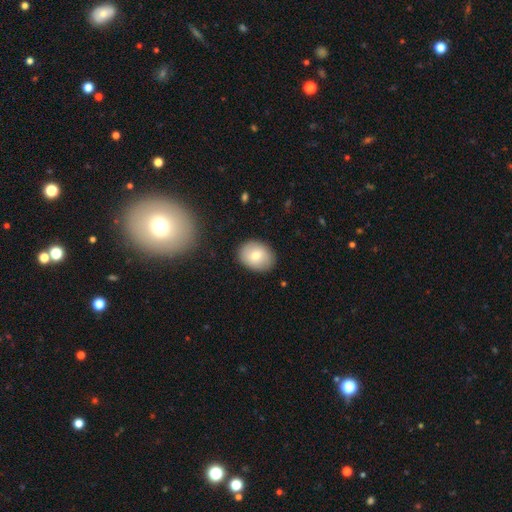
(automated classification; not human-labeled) Smooth or featured? Predicted: smooth (p=0.75). How rounded? Predicted: in between (p=0.64). Merging? Predicted: none (p=0.87).